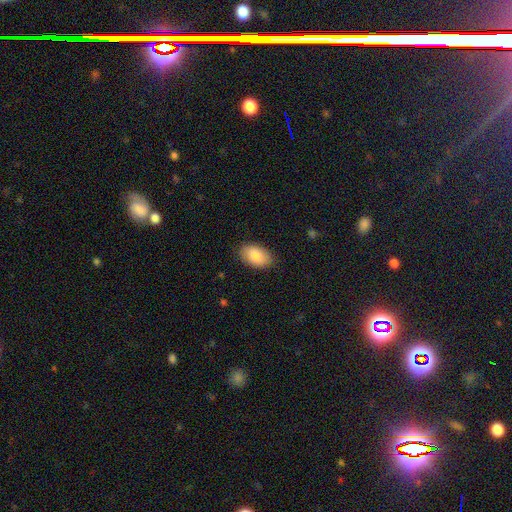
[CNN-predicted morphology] The model was most divided on "merging": none: 83%, minor disturbance: 14%, major disturbance: 3%, merger: 1%. More confident: how rounded — in between (93%); smooth or featured — smooth (86%).